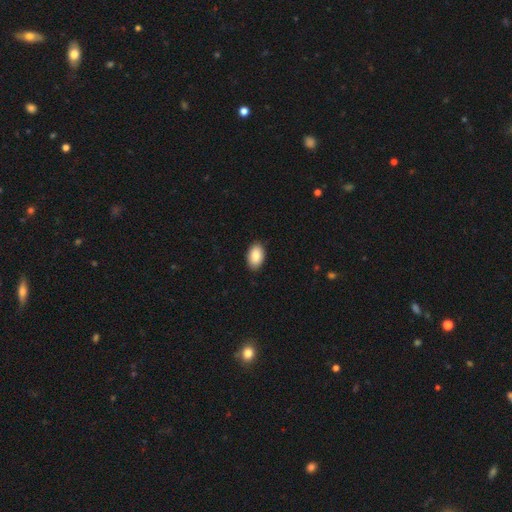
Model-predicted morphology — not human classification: smooth-or-featured: smooth: 86% | featured or disk: 7% | star or artifact: 7%
  how-rounded: in between: 93% | round: 6% | cigar-shaped: 1%
  merging: none: 87% | minor disturbance: 10% | major disturbance: 2% | merger: 1%